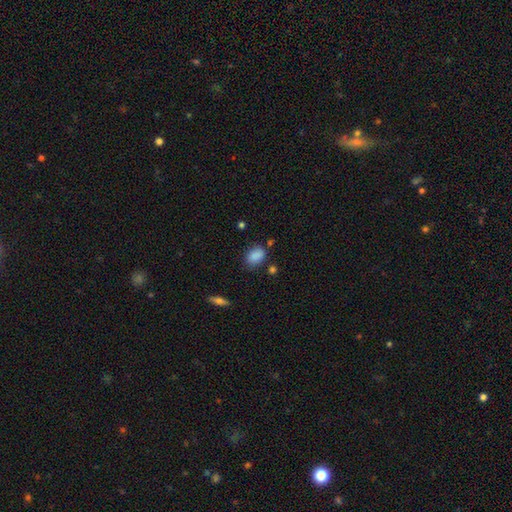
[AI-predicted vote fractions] Overall: smooth (86%). How rounded: in between (81%). Merging: none (70%).